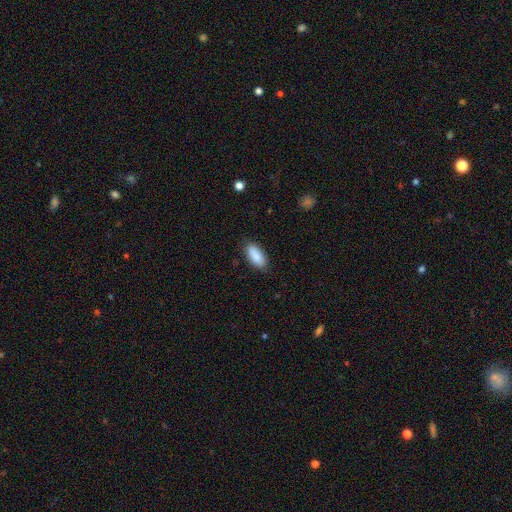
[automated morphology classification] The model was most divided on "merging": none: 84%, minor disturbance: 12%, major disturbance: 2%, merger: 1%. More confident: smooth or featured — smooth (86%); how rounded — in between (85%).